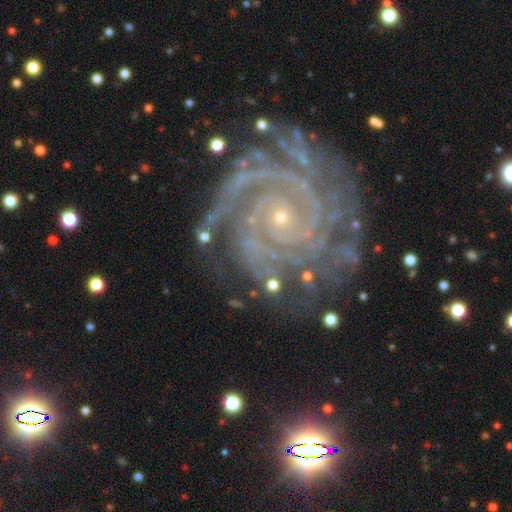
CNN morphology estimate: Smooth or featured: featured or disk — 92% (star or artifact — 6%)
Edge-on disk: no — 98% (yes — 2%)
Bar: no — 77% (weak — 15%)
Spiral arms: yes — 99% (no — 1%)
Spiral winding: tight — 84% (medium — 15%)
Spiral arm count: 2 — 29% (3 — 24%)
Bulge size: small — 83% (moderate — 13%)
Merging: none — 72% (minor disturbance — 18%)